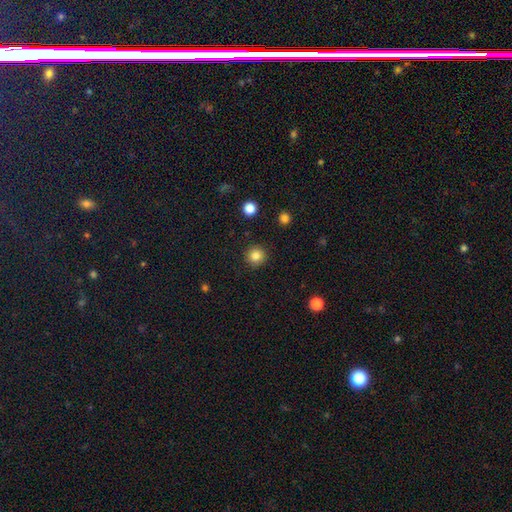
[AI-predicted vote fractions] A smooth galaxy with no disk features (84%) that is round (95%). Merging: none (91%).